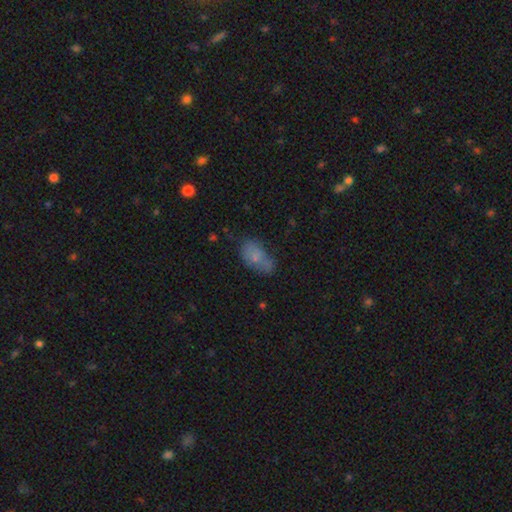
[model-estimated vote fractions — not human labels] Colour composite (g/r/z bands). It shows a smooth galaxy with no disk features (72%) that is in between round and cigar-shaped (89%). Merging: none (46%).